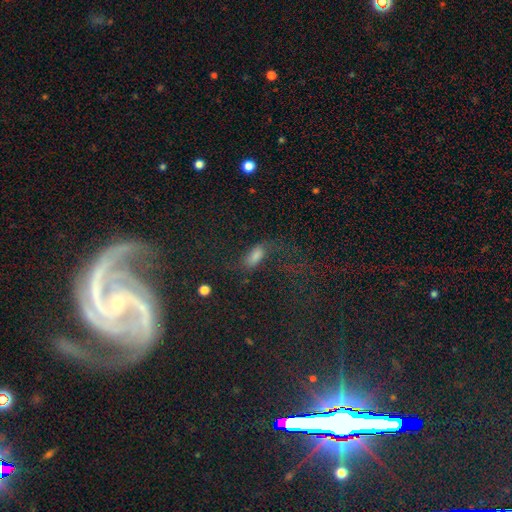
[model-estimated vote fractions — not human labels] Q: Smooth or featured?
A: smooth (55%); runner-up: star or artifact (23%)
Q: How rounded?
A: in between (74%); runner-up: cigar-shaped (18%)
Q: Merging?
A: none (47%); runner-up: major disturbance (27%)